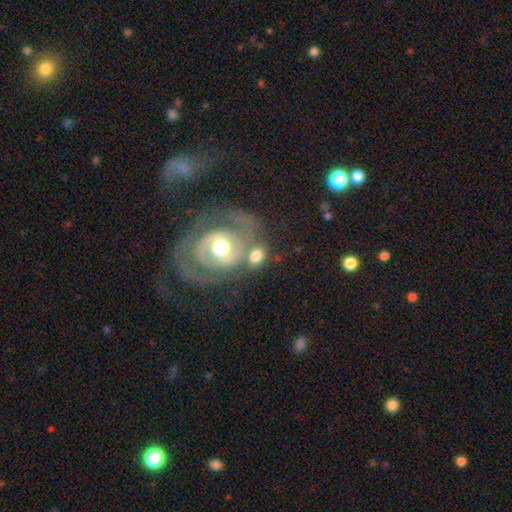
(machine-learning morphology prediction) A featured or disk galaxy (48%).

Vote fractions:
- Smooth or featured? featured or disk: 48% / smooth: 45% / star or artifact: 7%
- Merging? none: 39% / merger: 37% / minor disturbance: 14% / major disturbance: 10%